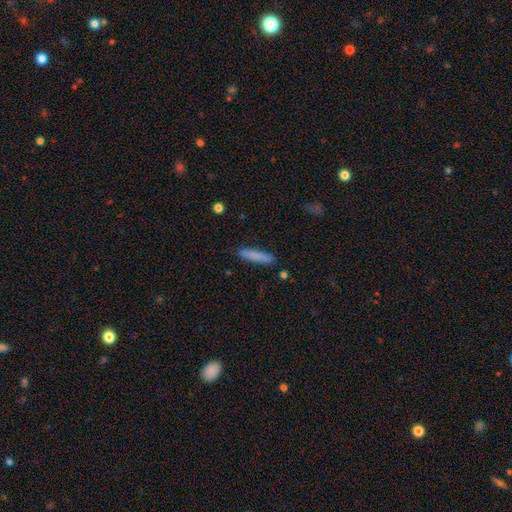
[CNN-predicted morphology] Smooth or featured? smooth (83%)
How rounded? cigar-shaped (88%)
Merging? none (87%)